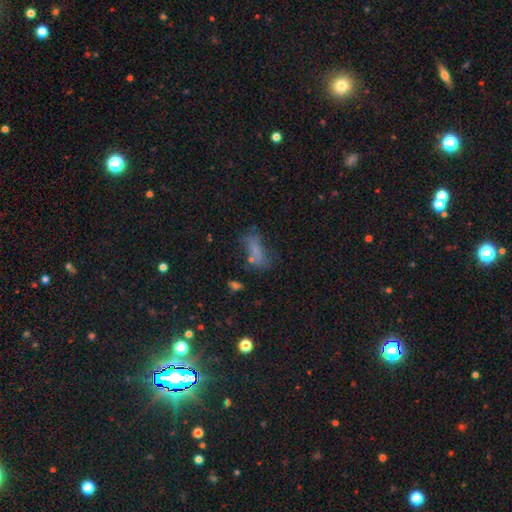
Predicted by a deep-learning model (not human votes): Q: Smooth or featured?
A: smooth (60%); runner-up: featured or disk (20%)
Q: How rounded?
A: in between (66%); runner-up: cigar-shaped (29%)
Q: Merging?
A: none (45%); runner-up: minor disturbance (24%)